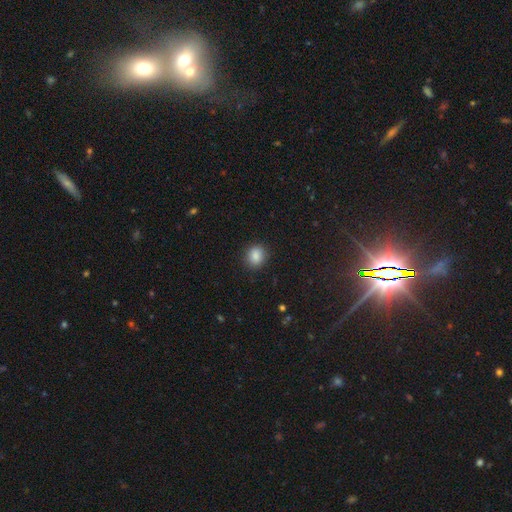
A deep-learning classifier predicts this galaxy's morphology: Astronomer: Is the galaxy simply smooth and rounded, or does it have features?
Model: smooth — 86%.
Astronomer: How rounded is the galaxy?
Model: round — 71%.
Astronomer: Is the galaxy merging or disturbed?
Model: none — 89%.